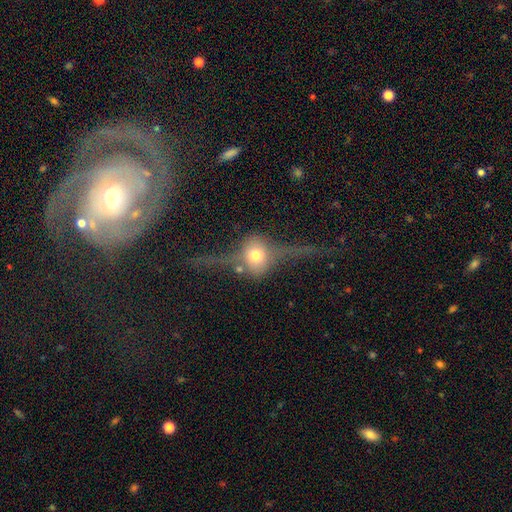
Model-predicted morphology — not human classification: A featured or disk galaxy (71%) viewed edge-on (86%) with a rounded central bulge (97%).

Vote fractions:
- Smooth or featured? featured or disk: 71% / smooth: 21% / star or artifact: 8%
- Edge-on disk? yes: 86% / no: 14%
- Edge-on bulge? rounded: 97% / boxy: 2% / none: 1%
- Merging? none: 61% / minor disturbance: 19% / major disturbance: 15% / merger: 5%